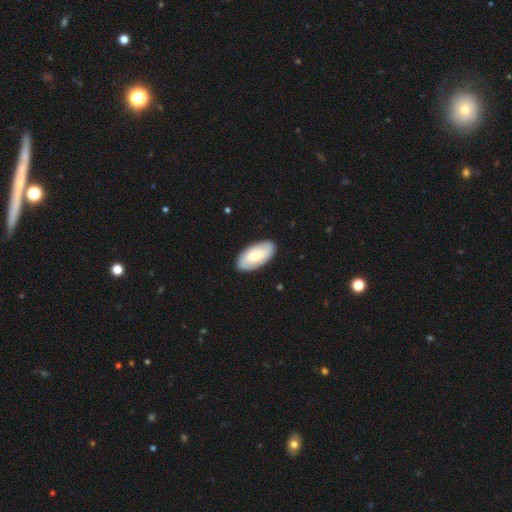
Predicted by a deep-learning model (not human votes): A smooth galaxy with no disk features (67%) that is in between round and cigar-shaped (94%). Merging: none (89%).